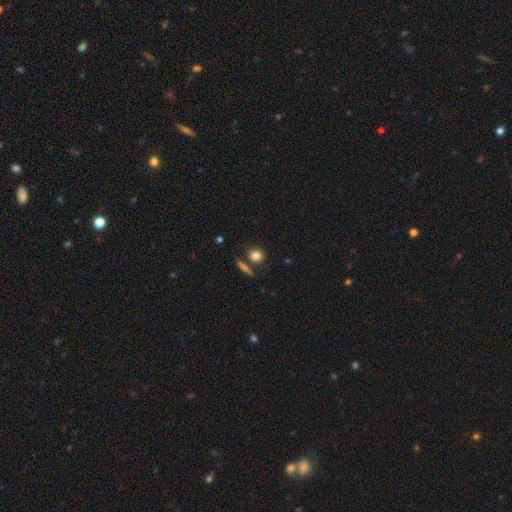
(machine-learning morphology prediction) smooth_or_featured: smooth (p=0.83) [alt: star or artifact p=0.10]
how_rounded: round (p=0.69) [alt: in between p=0.26]
merging: none (p=0.73) [alt: merger p=0.13]